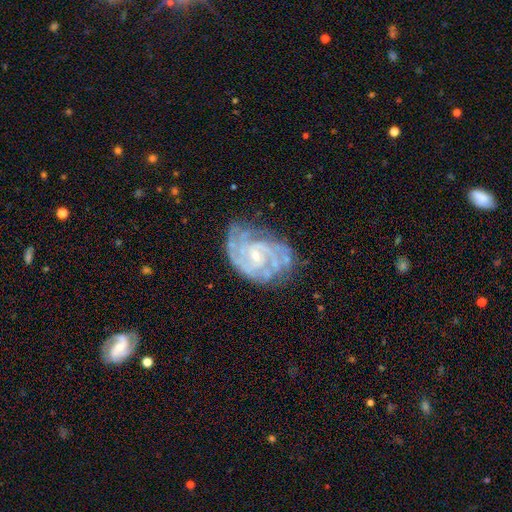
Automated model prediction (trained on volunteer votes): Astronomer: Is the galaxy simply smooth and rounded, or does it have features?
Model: featured or disk — 88%.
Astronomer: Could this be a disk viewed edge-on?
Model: no — 97%.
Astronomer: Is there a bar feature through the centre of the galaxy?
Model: no — 56% (runner-up: weak, 36%).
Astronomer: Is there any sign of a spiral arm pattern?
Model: yes — 96%.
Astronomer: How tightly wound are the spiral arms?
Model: tight — 62%.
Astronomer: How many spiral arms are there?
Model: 2 — 28% (runner-up: can't tell, 25%).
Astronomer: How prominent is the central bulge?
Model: small — 73%.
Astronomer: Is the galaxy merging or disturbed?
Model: none — 65%.